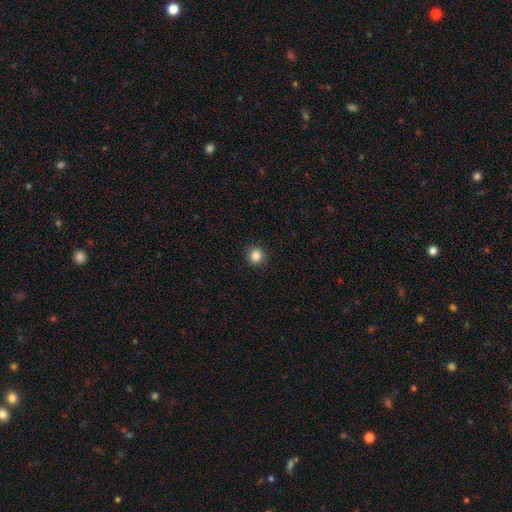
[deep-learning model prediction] smooth 86%, star or artifact 10%, featured or disk 4%. Down the decision tree: how rounded — round (88%); merging — none (90%).